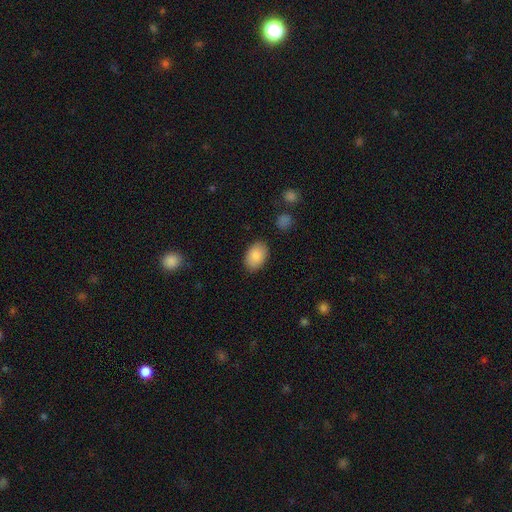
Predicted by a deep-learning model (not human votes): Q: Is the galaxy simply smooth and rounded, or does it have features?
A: smooth — 87%.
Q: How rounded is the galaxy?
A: in between — 89%.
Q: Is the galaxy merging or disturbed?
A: none — 85%.